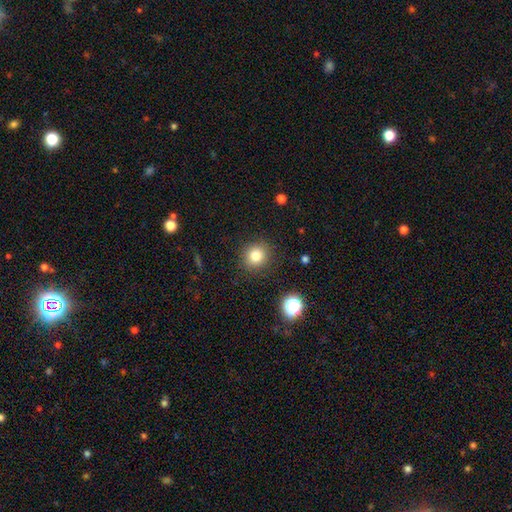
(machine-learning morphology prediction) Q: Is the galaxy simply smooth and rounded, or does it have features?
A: smooth — 81%.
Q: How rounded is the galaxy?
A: round — 88%.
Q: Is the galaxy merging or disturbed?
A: none — 89%.